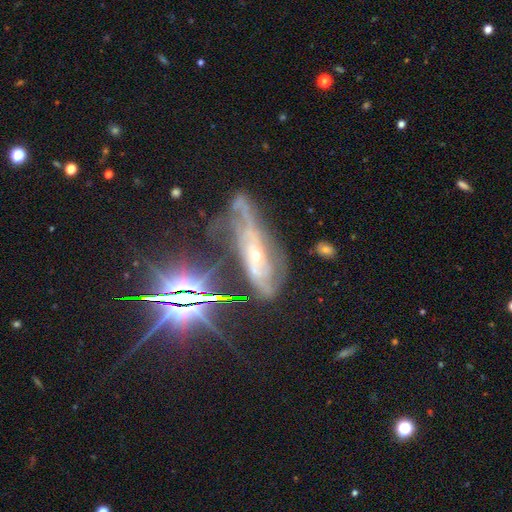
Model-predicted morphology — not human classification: type=featured or disk (70%); edge-on=no (80%); bar=no (57%); spiral arms=yes (87%); bulge=small (71%); merging=none (42%).